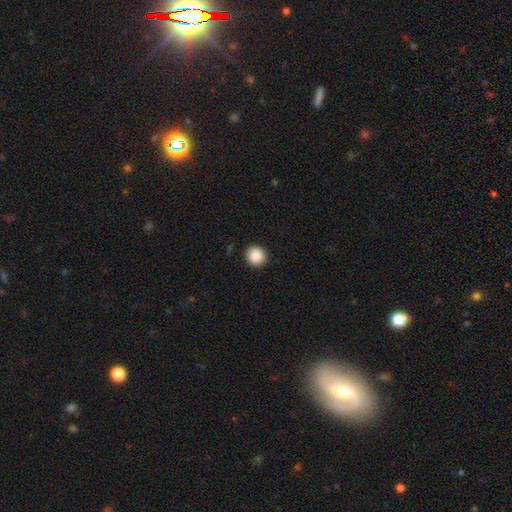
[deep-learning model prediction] smooth 89%, star or artifact 8%, featured or disk 3%. Down the decision tree: how rounded — round (92%); merging — none (91%).